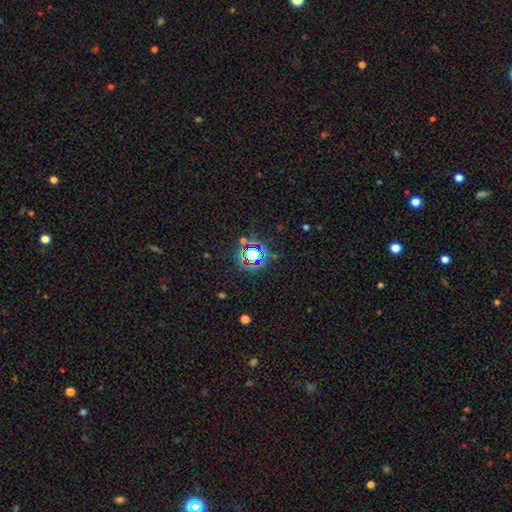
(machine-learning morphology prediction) Smooth or featured?
  - star or artifact: 71% *
  - smooth: 19%
  - featured or disk: 10%